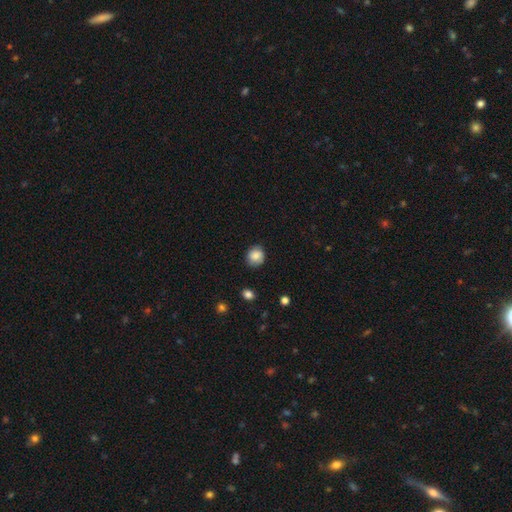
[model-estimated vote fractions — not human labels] Q: Smooth or featured?
A: smooth (81%); runner-up: featured or disk (10%)
Q: How rounded?
A: round (81%); runner-up: in between (19%)
Q: Merging?
A: none (79%); runner-up: minor disturbance (16%)